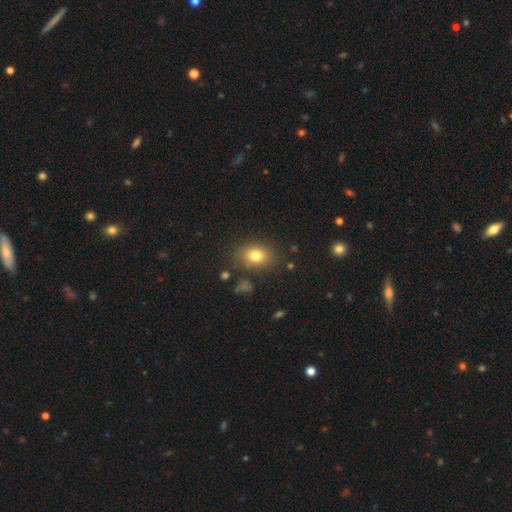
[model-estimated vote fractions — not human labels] smooth_or_featured: smooth (p=0.80) [alt: star or artifact p=0.11]
how_rounded: in between (p=0.70) [alt: round p=0.29]
merging: none (p=0.81) [alt: minor disturbance p=0.12]